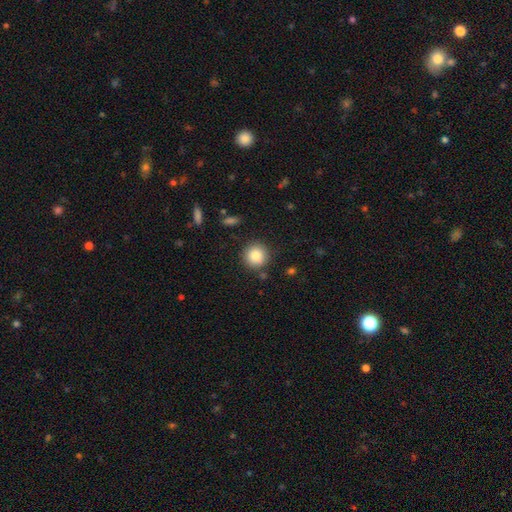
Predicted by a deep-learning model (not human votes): Smooth or featured? smooth (85%)
How rounded? round (92%)
Merging? none (87%)